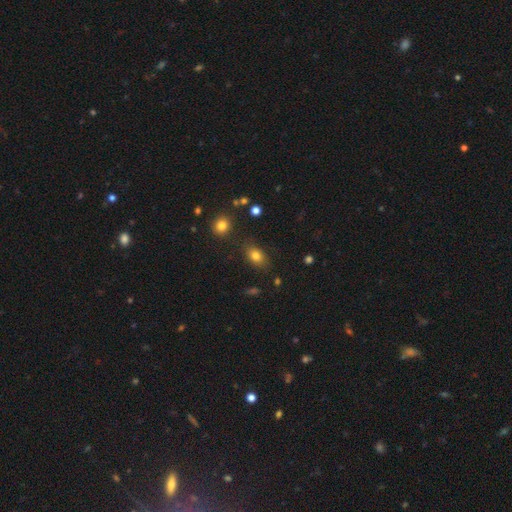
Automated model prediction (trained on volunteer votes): This appears to be a smooth galaxy with no disk features (80%) that is in between round and cigar-shaped (78%). Merging: none (81%).